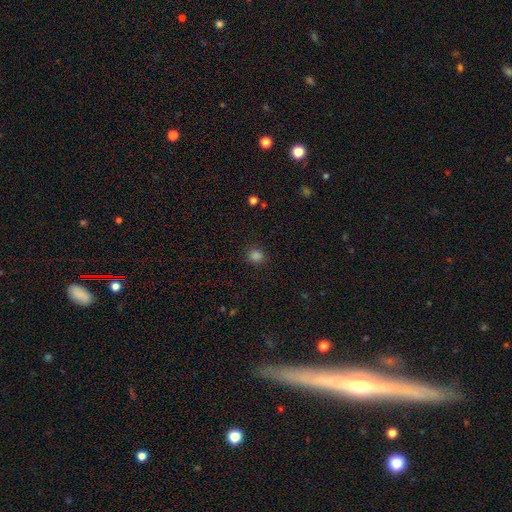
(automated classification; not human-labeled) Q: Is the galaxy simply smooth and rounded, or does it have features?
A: smooth — 82%.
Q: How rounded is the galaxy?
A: round — 66%.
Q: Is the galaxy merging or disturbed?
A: none — 87%.